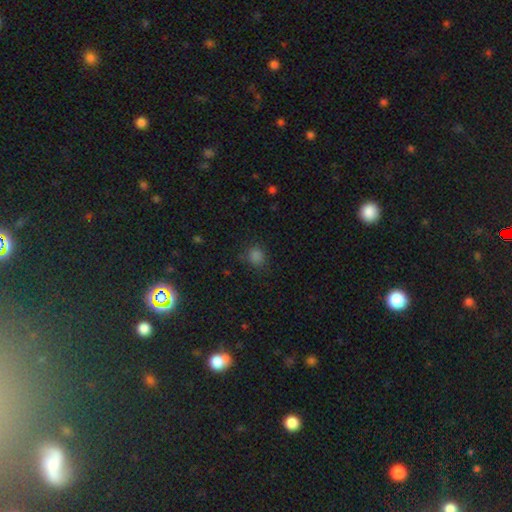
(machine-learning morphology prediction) Smooth or featured? Predicted: smooth (p=0.75). How rounded? Predicted: round (p=0.78). Merging? Predicted: none (p=0.82).